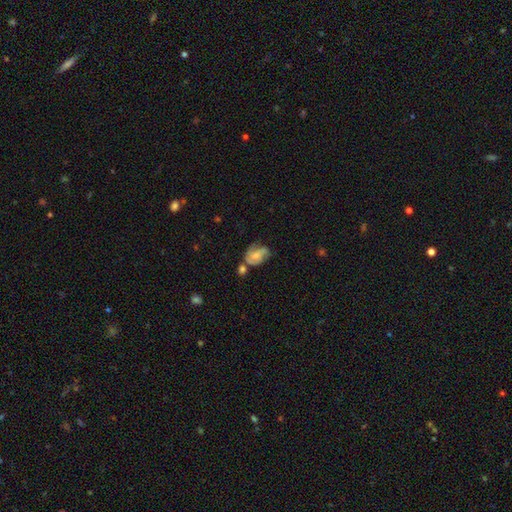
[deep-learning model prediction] Smooth or featured? Predicted: featured or disk (p=0.54). Edge-on disk? Predicted: no (p=0.97). Bar? Predicted: no (p=0.67). Spiral arms? Predicted: yes (p=0.77). Bulge size? Predicted: small (p=0.42). Merging? Predicted: none (p=0.39).